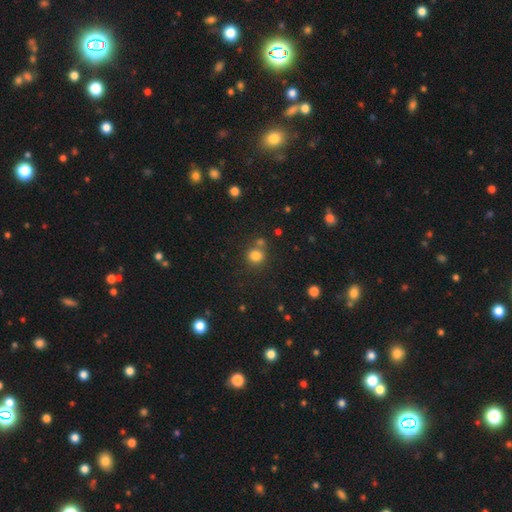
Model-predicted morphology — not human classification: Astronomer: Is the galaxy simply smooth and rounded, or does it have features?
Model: smooth — 81%.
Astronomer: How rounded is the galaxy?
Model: round — 87%.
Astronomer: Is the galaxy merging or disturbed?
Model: none — 67%.